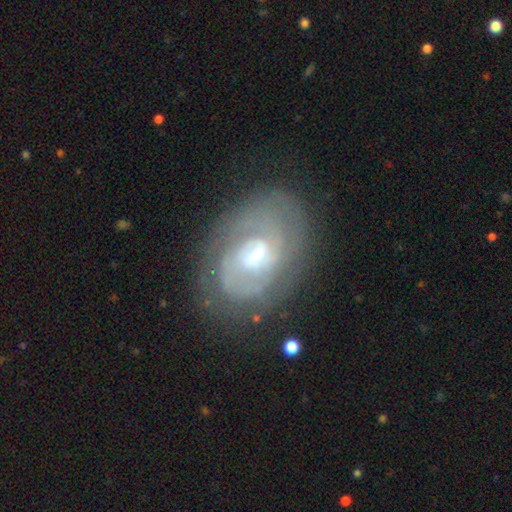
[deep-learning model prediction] Smooth or featured?
  - featured or disk: 79% *
  - smooth: 15%
  - star or artifact: 7%
Edge-on disk?
  - no: 96% *
  - yes: 4%
Bar?
  - weak: 52% *
  - no: 32%
  - strong: 16%
Spiral arms?
  - yes: 87% *
  - no: 13%
Spiral winding?
  - tight: 62% *
  - medium: 29%
  - loose: 9%
Spiral arm count?
  - 2: 40% *
  - can't tell: 37%
  - 3: 10%
  - 1: 7%
  - 4: 4%
  - more than 4: 3%
Bulge size?
  - small: 51% *
  - moderate: 38%
  - large: 6%
  - none: 4%
  - dominant: 1%
Merging?
  - none: 71% *
  - minor disturbance: 18%
  - major disturbance: 9%
  - merger: 2%